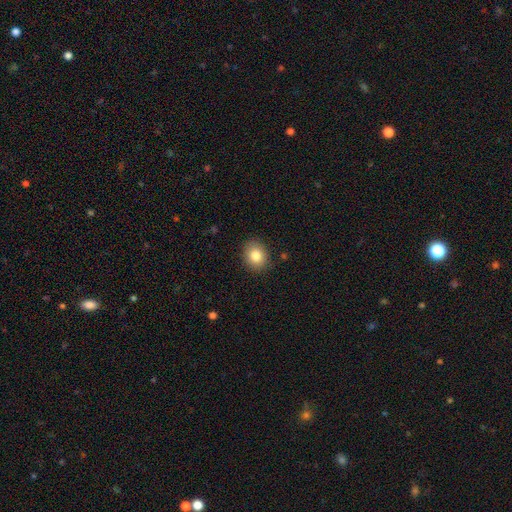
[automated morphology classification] type=smooth (83%); roundness=round (59%); merging=none (88%).